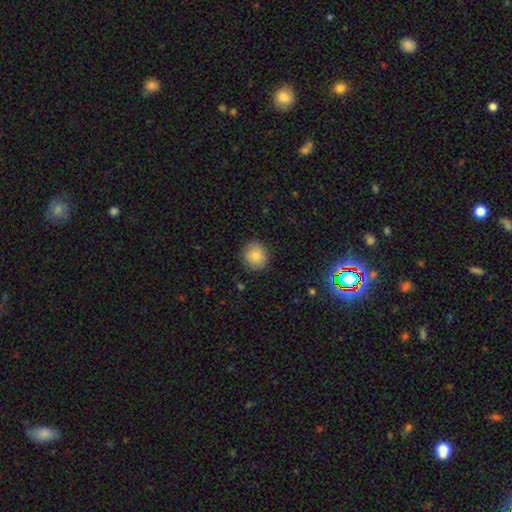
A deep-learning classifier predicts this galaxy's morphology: Smooth or featured? smooth (82%)
How rounded? round (88%)
Merging? none (88%)